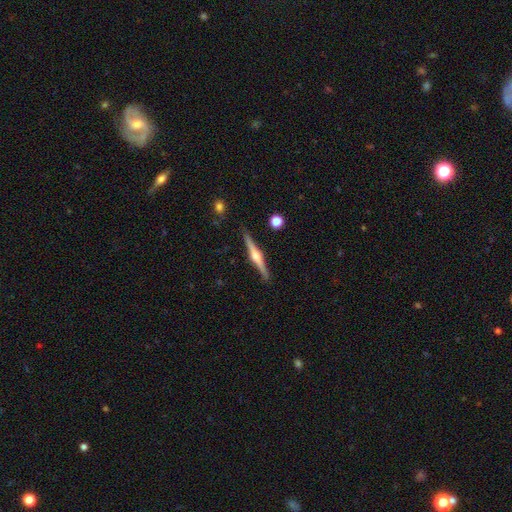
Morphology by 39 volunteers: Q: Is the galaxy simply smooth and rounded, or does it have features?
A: featured or disk — 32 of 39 (82%).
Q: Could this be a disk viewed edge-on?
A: yes — 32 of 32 (100%).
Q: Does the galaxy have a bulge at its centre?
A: rounded — 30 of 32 (94%).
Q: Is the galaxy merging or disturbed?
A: none — 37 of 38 (97%).